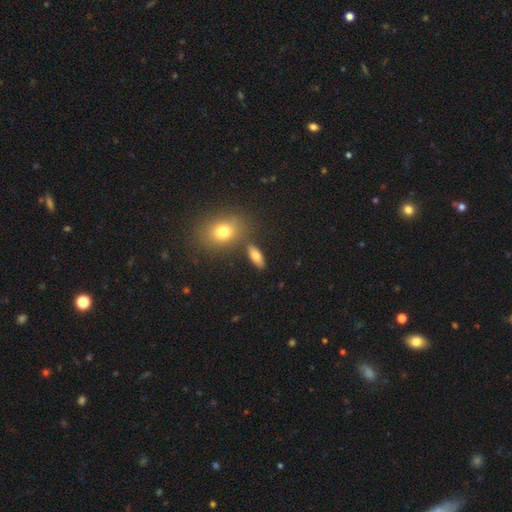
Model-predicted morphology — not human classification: Smooth or featured?
  - smooth: 78% *
  - featured or disk: 13%
  - star or artifact: 10%
How rounded?
  - in between: 75% *
  - cigar-shaped: 19%
  - round: 7%
Merging?
  - none: 78% *
  - minor disturbance: 11%
  - merger: 8%
  - major disturbance: 4%